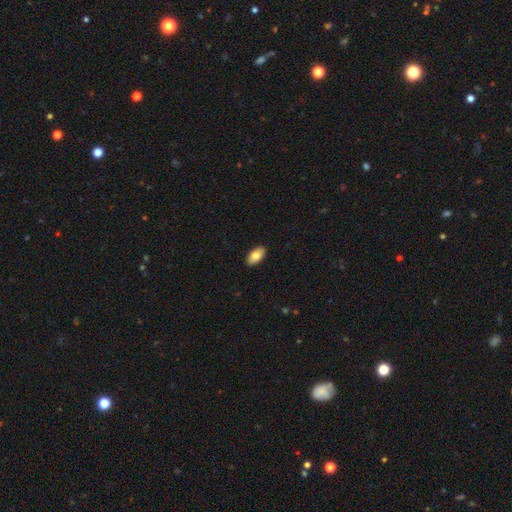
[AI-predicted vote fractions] Morphology: type=smooth (79%); roundness=in between (94%); merging=none (90%).